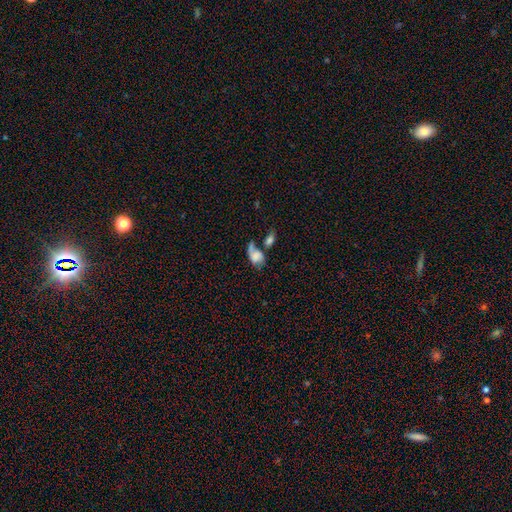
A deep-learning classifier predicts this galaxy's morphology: smooth_or_featured: smooth (p=0.59) [alt: featured or disk p=0.30]
how_rounded: in between (p=0.77) [alt: round p=0.21]
merging: merger (p=0.46) [alt: major disturbance p=0.21]